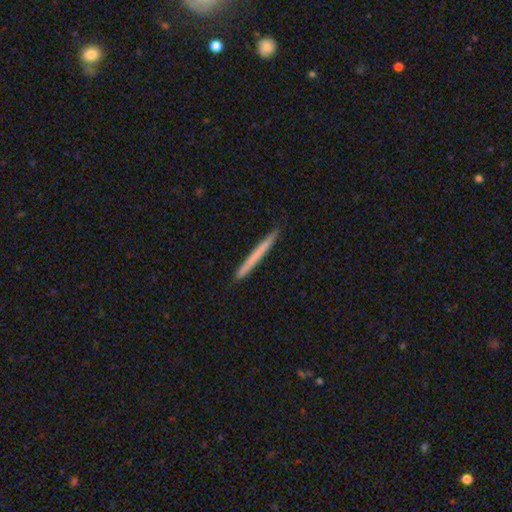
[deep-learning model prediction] The model was most divided on "smooth or featured": smooth: 62%, featured or disk: 33%, star or artifact: 5%. More confident: how rounded — cigar-shaped (97%); merging — none (93%).